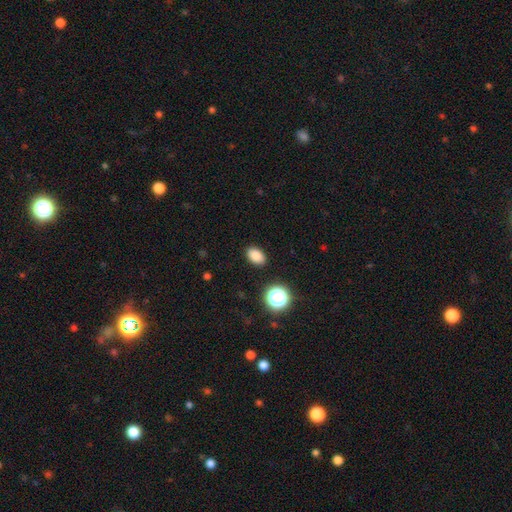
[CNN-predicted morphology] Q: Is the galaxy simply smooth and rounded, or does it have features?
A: smooth — 84%.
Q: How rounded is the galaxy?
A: in between — 82%.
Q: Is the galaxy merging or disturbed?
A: none — 89%.